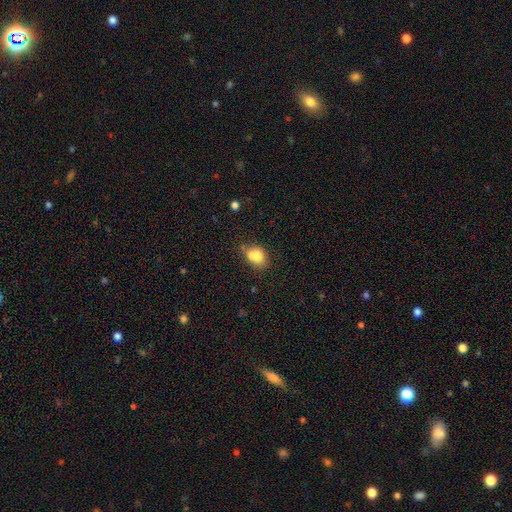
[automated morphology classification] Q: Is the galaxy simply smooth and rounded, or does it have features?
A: smooth — 73%.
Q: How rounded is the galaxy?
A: round — 53%.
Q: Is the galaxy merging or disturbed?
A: none — 41%.